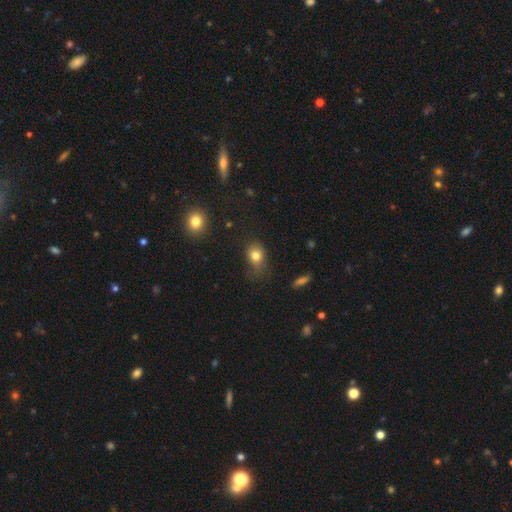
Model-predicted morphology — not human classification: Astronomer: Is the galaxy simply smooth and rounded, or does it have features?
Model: smooth — 80%.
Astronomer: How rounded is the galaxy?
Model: in between — 57% (runner-up: round, 41%).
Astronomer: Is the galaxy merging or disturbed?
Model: none — 51% (runner-up: minor disturbance, 31%).